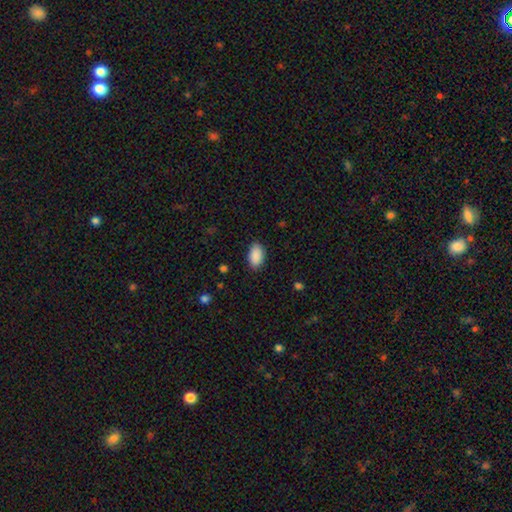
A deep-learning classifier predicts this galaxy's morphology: Smooth or featured? smooth (91%)
How rounded? in between (94%)
Merging? none (86%)